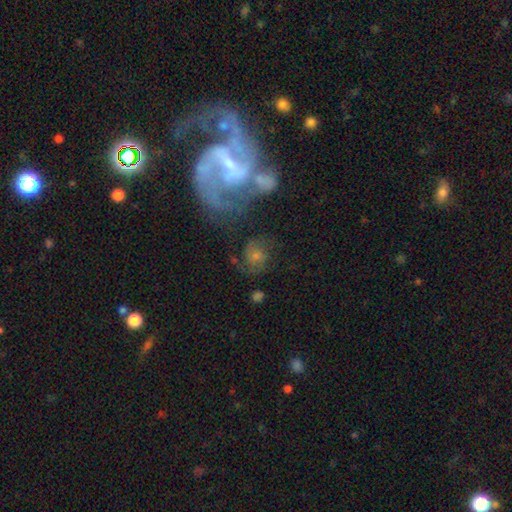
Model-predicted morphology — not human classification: This is likely a featured or disk galaxy (62%). It is clearly not viewed edge-on (97%). Bar: marginally no (44%). Spiral arm pattern: clearly yes (84%). Spiral arm count: possibly 2 (58%). Spiral winding: possibly medium (46%). Central bulge: possibly small (49%). Merging: possibly none (49%).